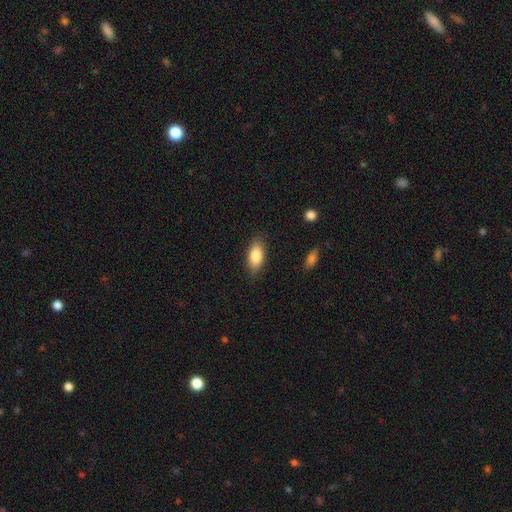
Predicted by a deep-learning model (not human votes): smooth 84%, featured or disk 9%, star or artifact 7%. Down the decision tree: how rounded — in between (87%); merging — none (85%).